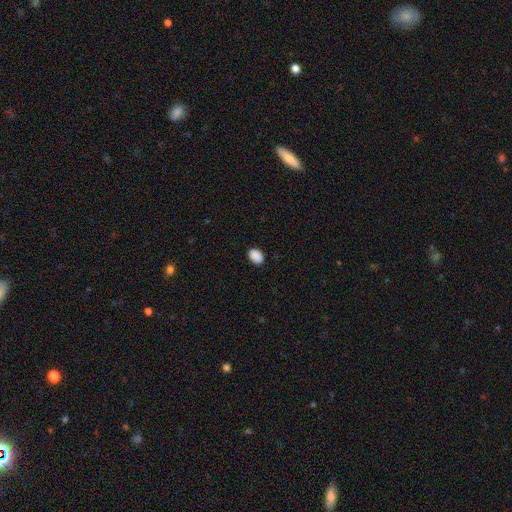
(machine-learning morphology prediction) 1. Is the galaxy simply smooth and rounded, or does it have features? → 89% smooth, 8% star or artifact, 3% featured or disk.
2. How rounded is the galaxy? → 79% in between, 20% round, 1% cigar-shaped.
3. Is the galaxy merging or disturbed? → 87% none, 10% minor disturbance, 2% major disturbance, 1% merger.